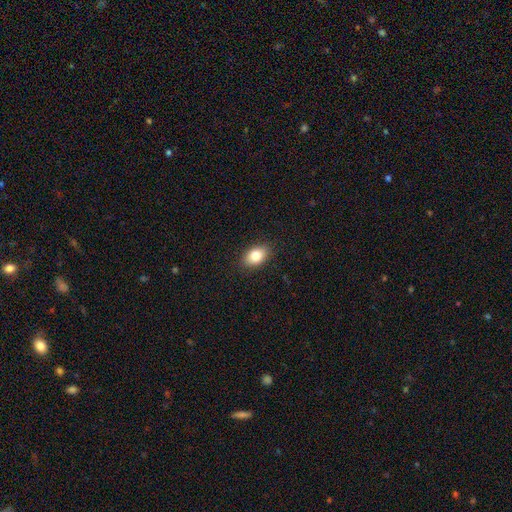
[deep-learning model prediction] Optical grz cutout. It shows a smooth galaxy with no disk features (83%) that is in between round and cigar-shaped (85%). Merging: none (88%).